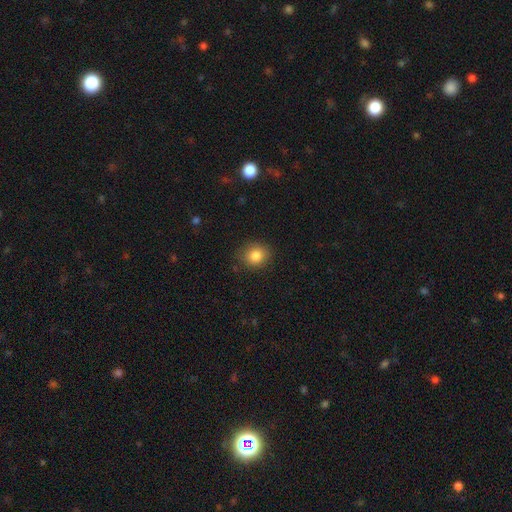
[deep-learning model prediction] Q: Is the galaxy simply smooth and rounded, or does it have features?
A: smooth — 84%.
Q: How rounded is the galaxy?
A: round — 74%.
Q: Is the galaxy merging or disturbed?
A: none — 86%.